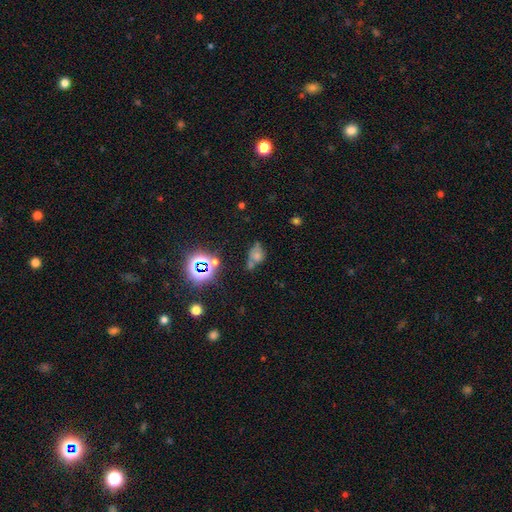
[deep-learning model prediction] A smooth galaxy with no disk features (49%).

Vote fractions:
- Smooth or featured? smooth: 49% / star or artifact: 28% / featured or disk: 22%
- Merging? none: 36% / merger: 29% / minor disturbance: 22% / major disturbance: 13%